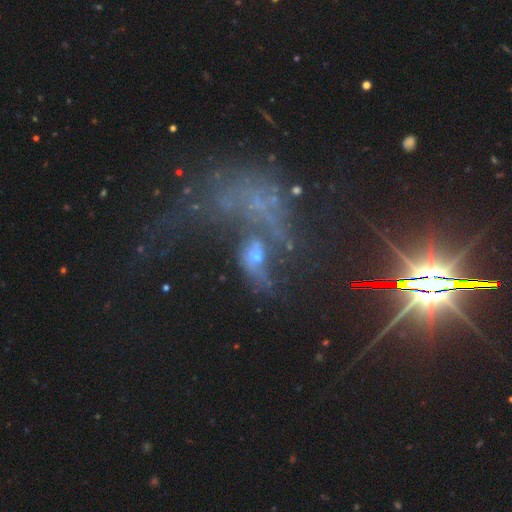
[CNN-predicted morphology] A featured or disk galaxy (50%). Merging: major disturbance (39%).